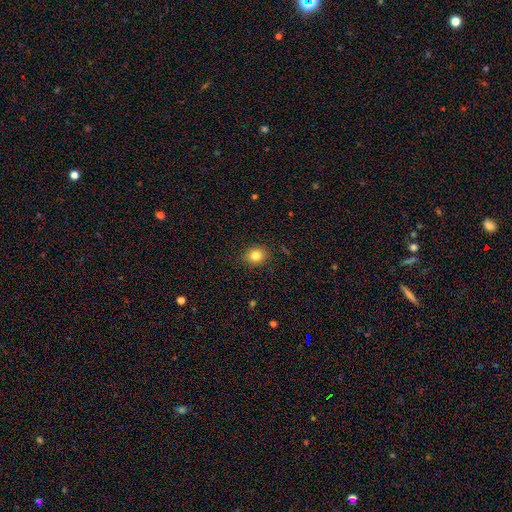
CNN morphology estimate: Smooth or featured? smooth (82%)
How rounded? round (66%)
Merging? none (88%)